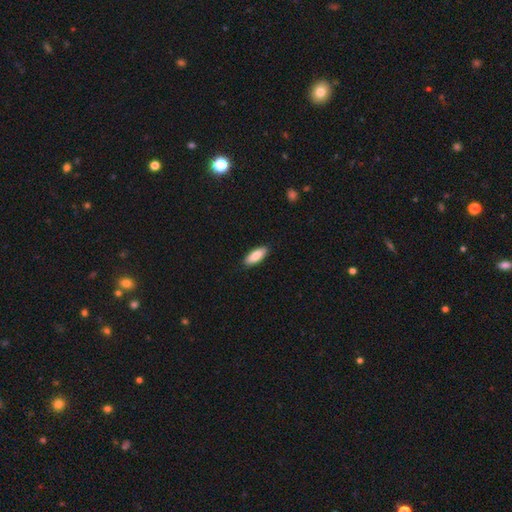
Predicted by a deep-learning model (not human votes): Smooth or featured?
  - smooth: 83% *
  - featured or disk: 11%
  - star or artifact: 6%
How rounded?
  - in between: 74% *
  - cigar-shaped: 24%
  - round: 2%
Merging?
  - none: 89% *
  - minor disturbance: 8%
  - major disturbance: 2%
  - merger: 1%